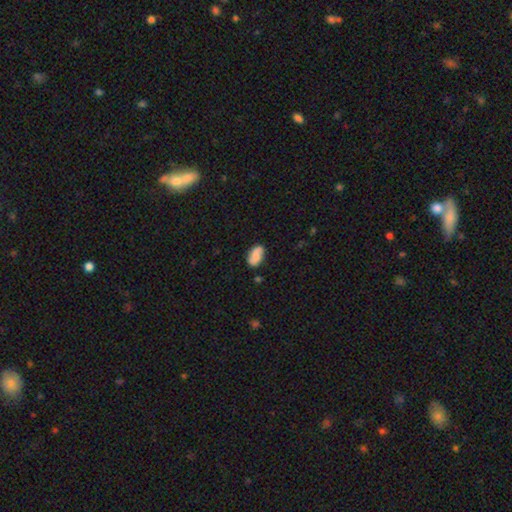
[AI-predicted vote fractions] Smooth or featured? Predicted: smooth (p=0.59). How rounded? Predicted: in between (p=0.91). Merging? Predicted: none (p=0.74).